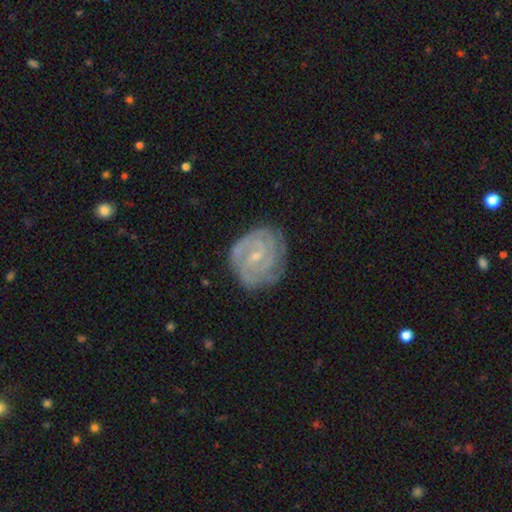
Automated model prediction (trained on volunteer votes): This appears to be a featured or disk galaxy (84%) with no bar (50%), 2 (30%) tight (73%) spiral arms (96%) and a small central bulge (75%). Merging: none (76%).